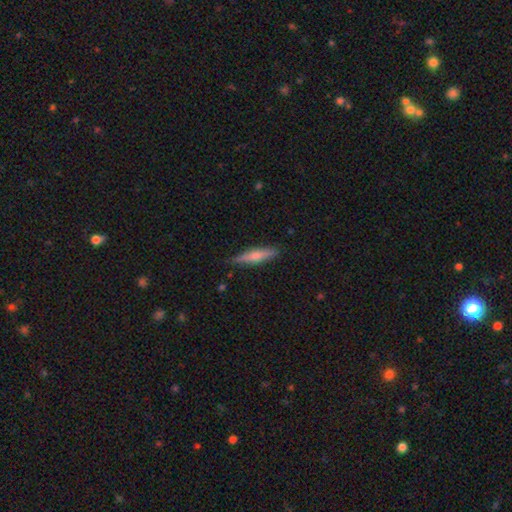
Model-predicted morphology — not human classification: Overall: smooth (54%; featured or disk 39%). How rounded: cigar-shaped (82%). Merging: none (84%).